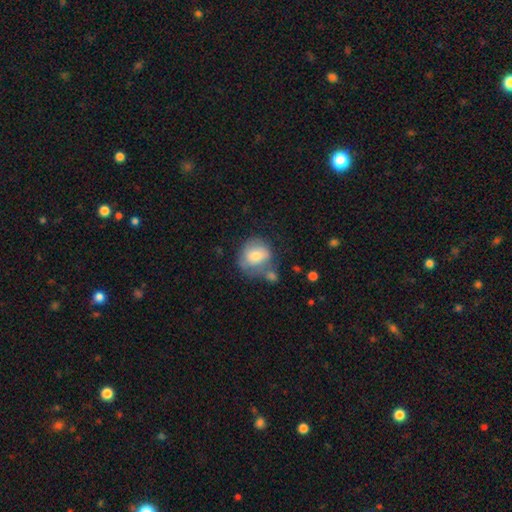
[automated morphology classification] The model was most divided on "merging": none: 46%, minor disturbance: 25%, merger: 18%, major disturbance: 12%. More confident: how rounded — round (78%); smooth or featured — smooth (69%).